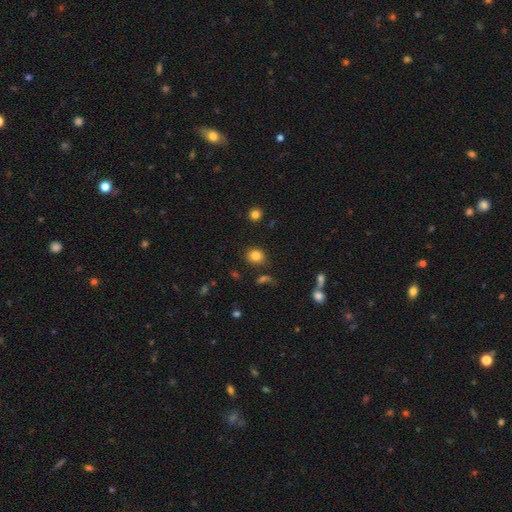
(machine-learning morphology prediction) This appears to be a smooth galaxy with no disk features (82%) that is round (73%). Merging: none (84%).